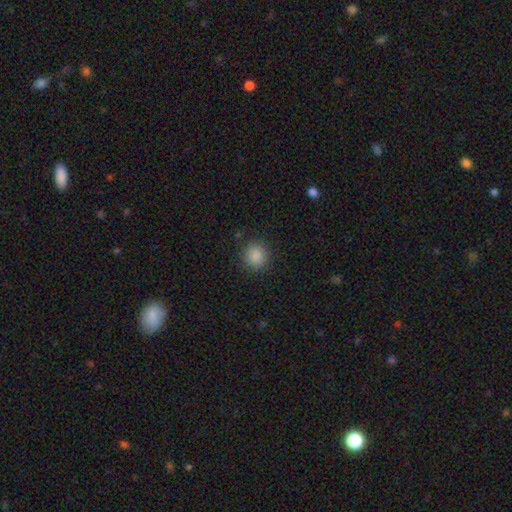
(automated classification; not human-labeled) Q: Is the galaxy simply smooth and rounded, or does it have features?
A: smooth — 87%.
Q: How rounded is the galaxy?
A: round — 90%.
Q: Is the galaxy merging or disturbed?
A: none — 89%.